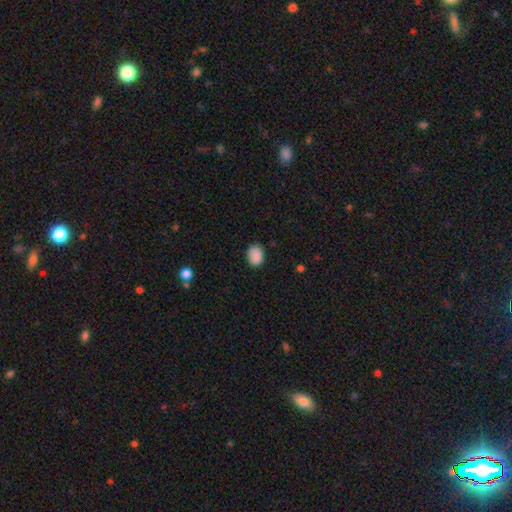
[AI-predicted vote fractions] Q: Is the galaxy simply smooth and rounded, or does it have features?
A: smooth — 89%.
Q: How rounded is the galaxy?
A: in between — 66%.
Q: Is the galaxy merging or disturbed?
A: none — 84%.